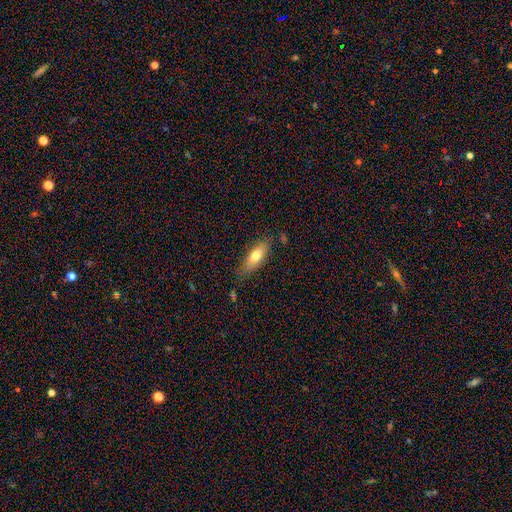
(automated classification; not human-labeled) Overall: smooth (72%). How rounded: in between (68%; cigar-shaped 29%). Merging: none (74%).